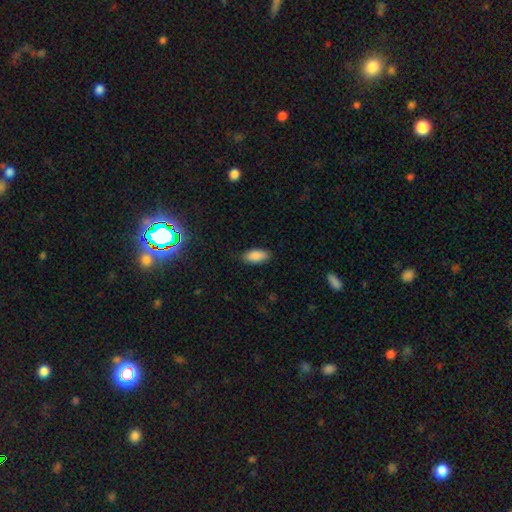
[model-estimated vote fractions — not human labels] Smooth or featured? smooth (88%)
How rounded? in between (91%)
Merging? none (83%)